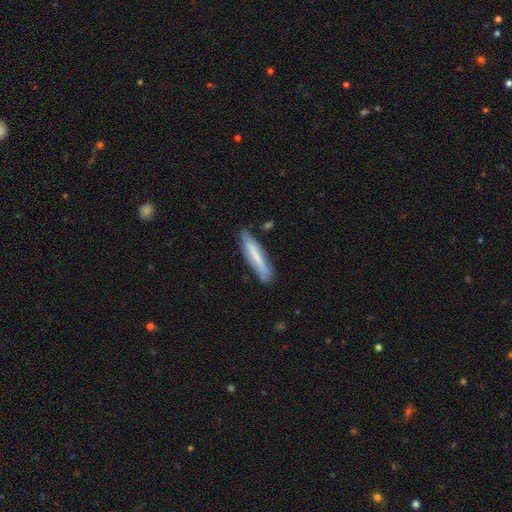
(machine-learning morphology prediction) smooth_or_featured: smooth (p=0.60) [alt: featured or disk p=0.34]
how_rounded: cigar-shaped (p=0.86) [alt: in between p=0.13]
merging: none (p=0.77) [alt: minor disturbance p=0.18]